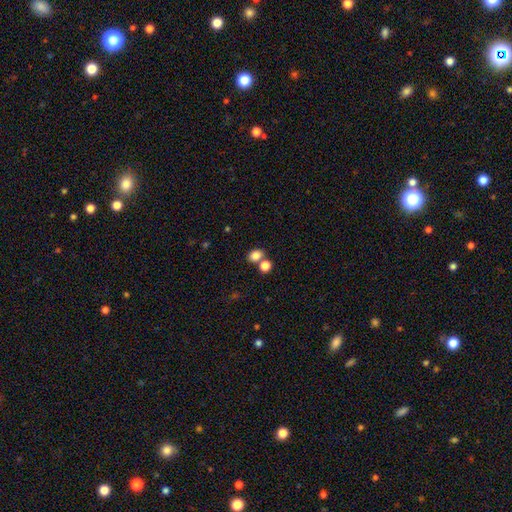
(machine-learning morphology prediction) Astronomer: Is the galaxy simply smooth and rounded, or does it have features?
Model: smooth — 82%.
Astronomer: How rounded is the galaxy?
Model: in between — 55% (runner-up: round, 44%).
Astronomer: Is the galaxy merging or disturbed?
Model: none — 57%.